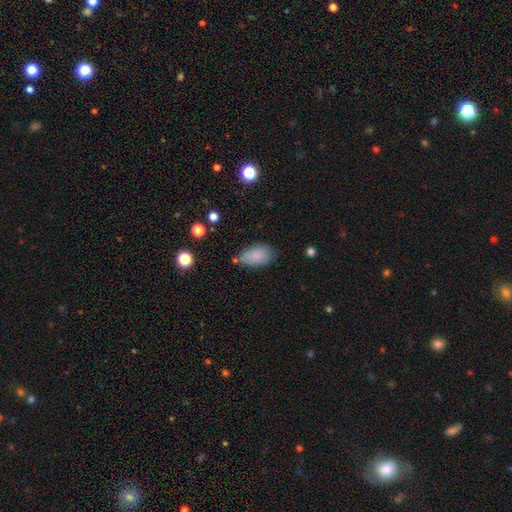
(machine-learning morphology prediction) smooth_or_featured: smooth (p=0.83) [alt: featured or disk p=0.10]
how_rounded: in between (p=0.94) [alt: round p=0.04]
merging: none (p=0.68) [alt: minor disturbance p=0.22]